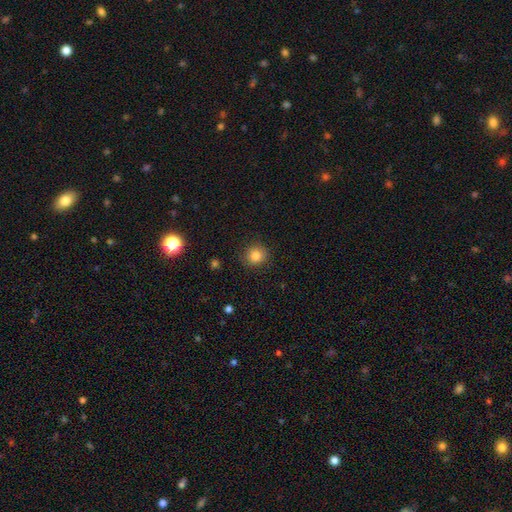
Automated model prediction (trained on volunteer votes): Smooth or featured? smooth (83%)
How rounded? round (87%)
Merging? none (85%)